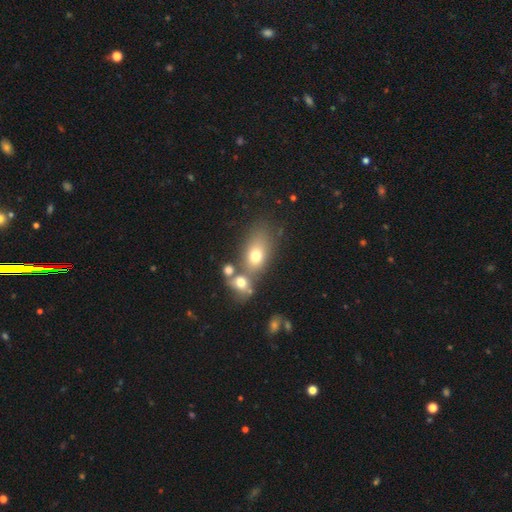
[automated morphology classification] Smooth or featured? smooth (69%)
How rounded? in between (75%)
Merging? none (43%)